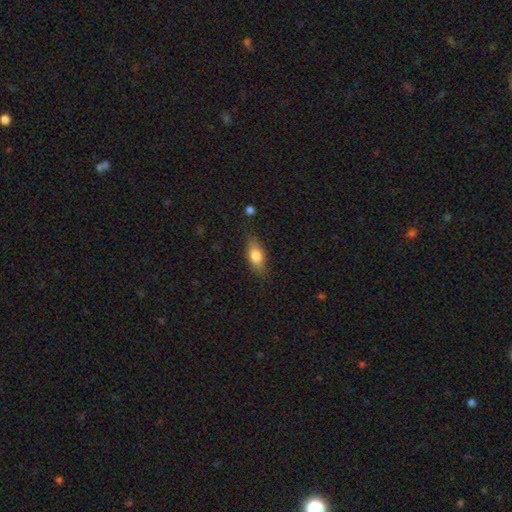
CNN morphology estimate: This is likely a smooth galaxy (77%). How rounded: clearly in between (81%). Merging: clearly none (81%).